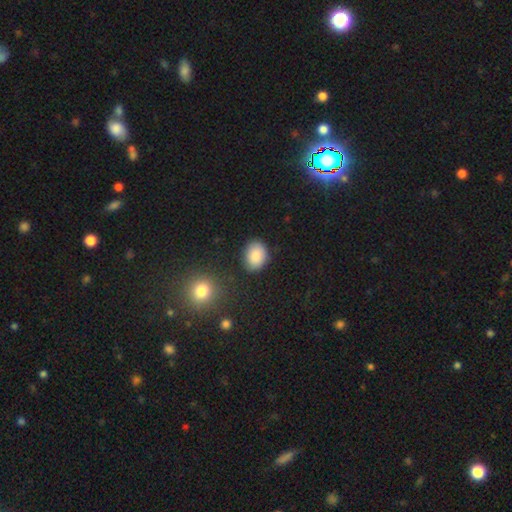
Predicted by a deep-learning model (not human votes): A smooth galaxy with no disk features (87%) that is in between round and cigar-shaped (63%).

Vote fractions:
- Smooth or featured? smooth: 87% / star or artifact: 8% / featured or disk: 5%
- How rounded? in between: 63% / round: 36% / cigar-shaped: 1%
- Merging? none: 83% / minor disturbance: 12% / major disturbance: 3% / merger: 2%